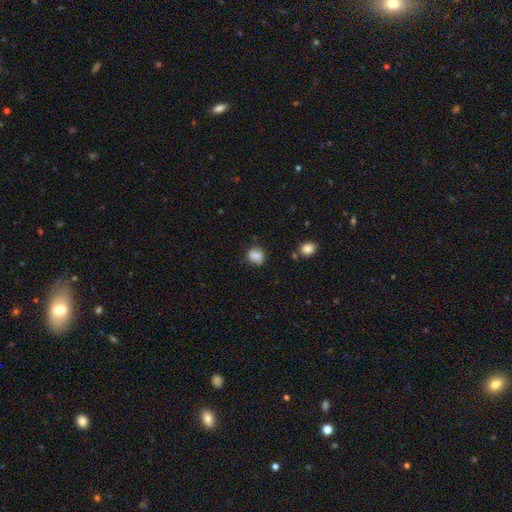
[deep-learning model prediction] smooth_or_featured: smooth (p=0.83) [alt: star or artifact p=0.10]
how_rounded: round (p=0.63) [alt: in between p=0.36]
merging: none (p=0.69) [alt: minor disturbance p=0.21]